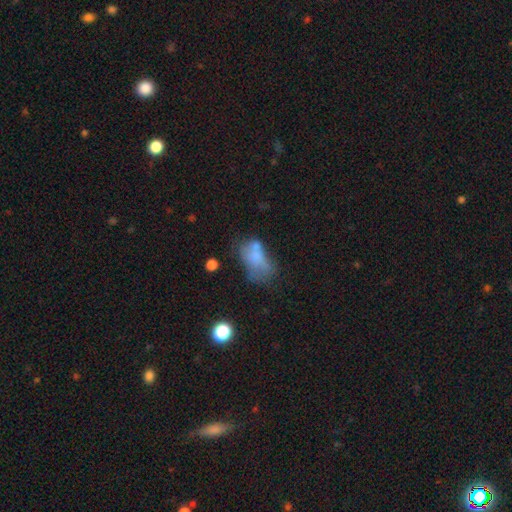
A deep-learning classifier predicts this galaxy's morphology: This appears to be a smooth galaxy with no disk features (62%) that is in between round and cigar-shaped (86%). Merging: major disturbance (29%).